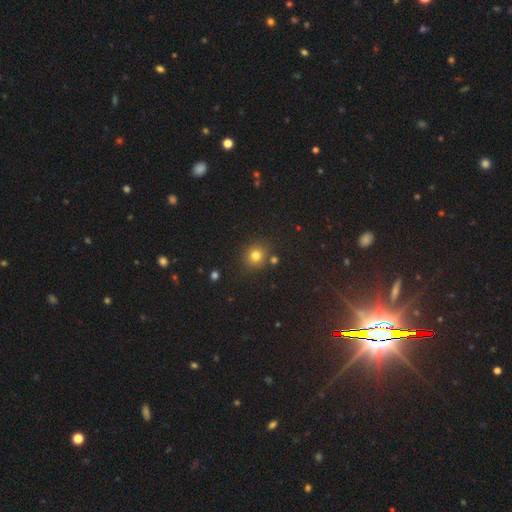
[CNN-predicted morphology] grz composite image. It shows a smooth galaxy with no disk features (76%) that is round (82%). Merging: none (80%).